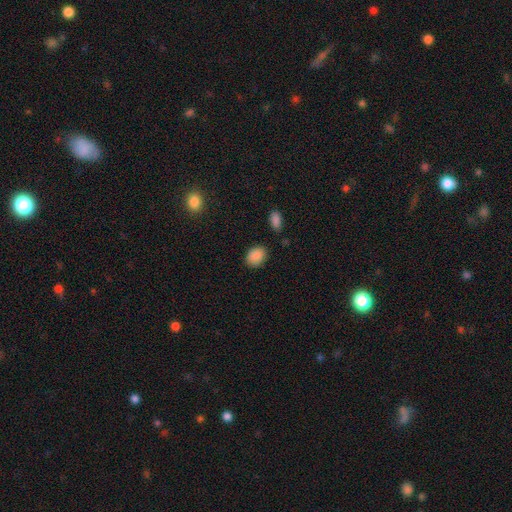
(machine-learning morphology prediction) type=smooth (88%); roundness=in between (69%); merging=none (82%).